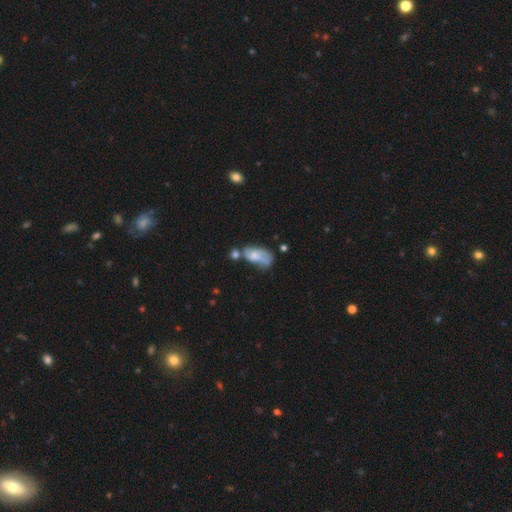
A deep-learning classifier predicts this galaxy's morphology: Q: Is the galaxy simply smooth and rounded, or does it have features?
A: smooth — 49%.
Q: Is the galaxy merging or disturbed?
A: merger — 29%.